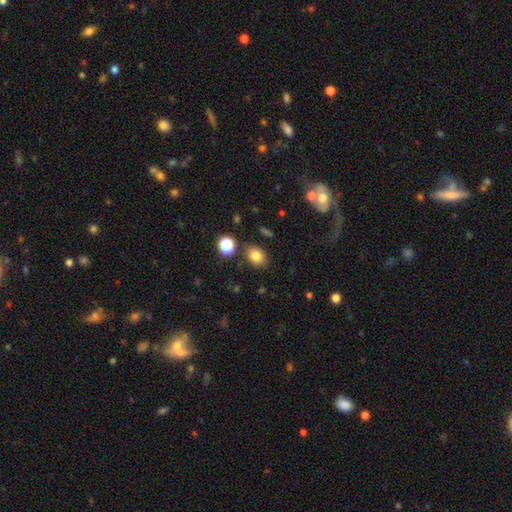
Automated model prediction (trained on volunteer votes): Smooth or featured?
  - smooth: 82% *
  - star or artifact: 12%
  - featured or disk: 7%
How rounded?
  - in between: 64% *
  - round: 35%
  - cigar-shaped: 1%
Merging?
  - none: 82% *
  - minor disturbance: 11%
  - merger: 5%
  - major disturbance: 3%